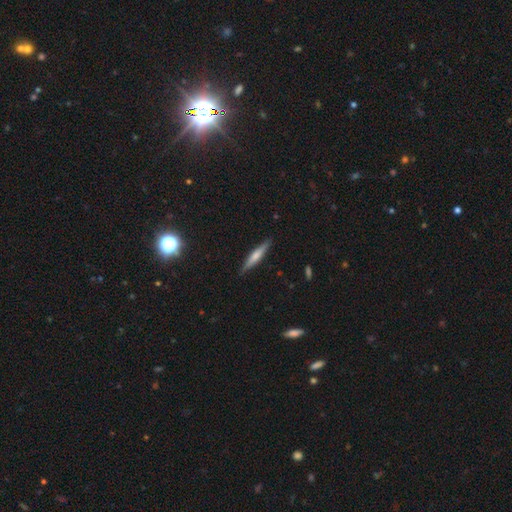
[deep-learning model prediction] Morphology: type=smooth (48%); merging=none (89%).